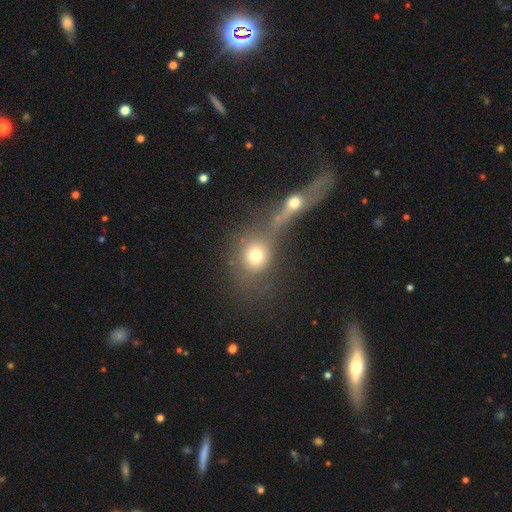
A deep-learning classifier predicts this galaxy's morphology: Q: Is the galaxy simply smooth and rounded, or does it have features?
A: smooth — 70%.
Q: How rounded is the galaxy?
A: round — 75%.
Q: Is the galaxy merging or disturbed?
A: merger — 46%.